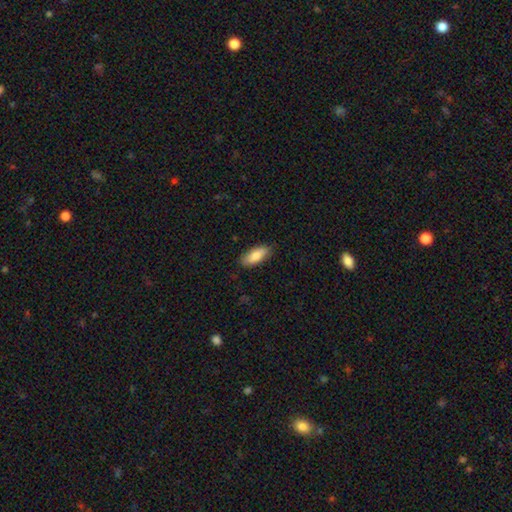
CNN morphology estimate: This is clearly a smooth galaxy (82%). How rounded: clearly in between (81%). Merging: clearly none (85%).